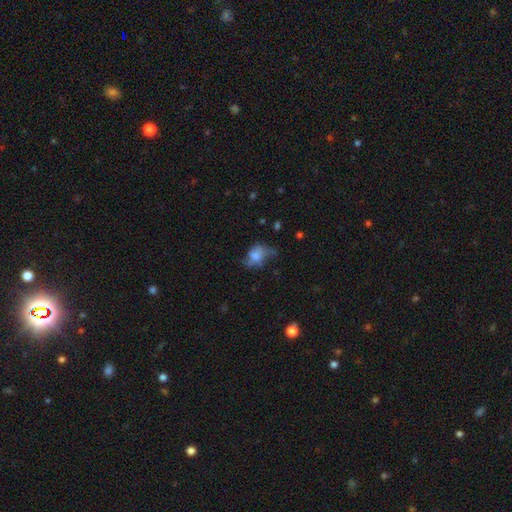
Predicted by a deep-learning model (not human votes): Overall: smooth (55%; featured or disk 34%). How rounded: in between (71%). Merging: none (36%; major disturbance 32%).